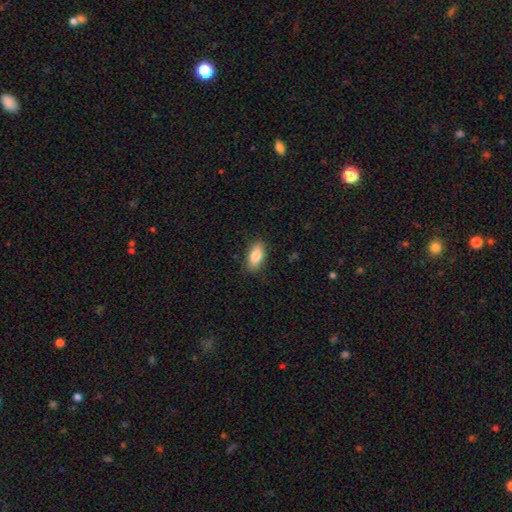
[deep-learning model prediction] The model was most divided on "merging": none: 85%, minor disturbance: 11%, major disturbance: 3%, merger: 1%. More confident: how rounded — in between (89%); smooth or featured — smooth (85%).